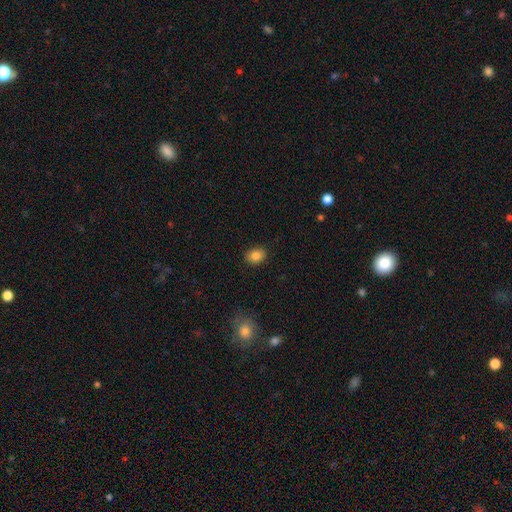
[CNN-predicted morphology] Smooth or featured? Predicted: smooth (p=0.85). How rounded? Predicted: in between (p=0.50). Merging? Predicted: none (p=0.88).